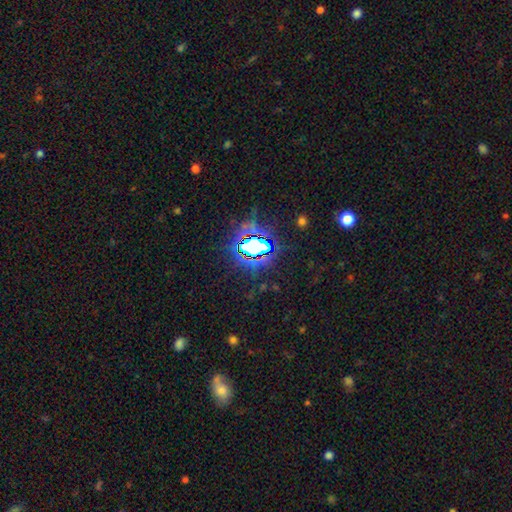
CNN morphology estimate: Smooth or featured? star or artifact (77%)